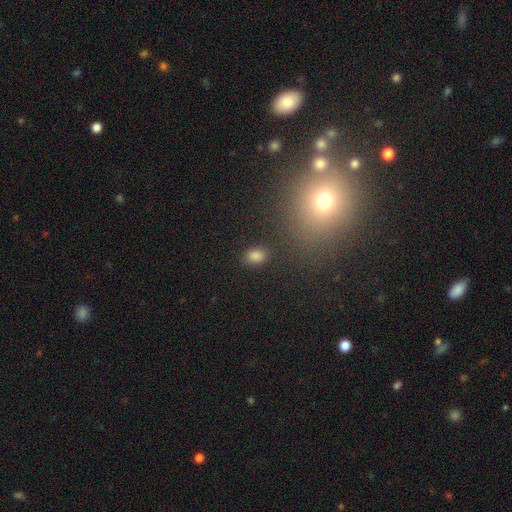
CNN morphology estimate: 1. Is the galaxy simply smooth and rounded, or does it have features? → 80% smooth, 15% star or artifact, 5% featured or disk.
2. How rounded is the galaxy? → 74% in between, 24% round, 2% cigar-shaped.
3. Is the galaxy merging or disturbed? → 82% none, 11% minor disturbance, 4% major disturbance, 3% merger.